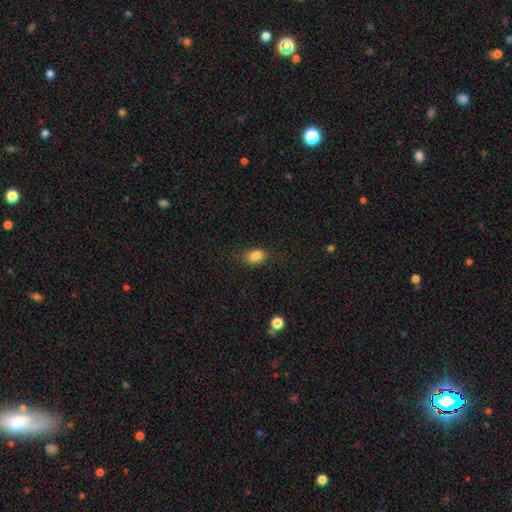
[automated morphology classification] Overall: smooth (81%). How rounded: in between (76%). Merging: none (61%).